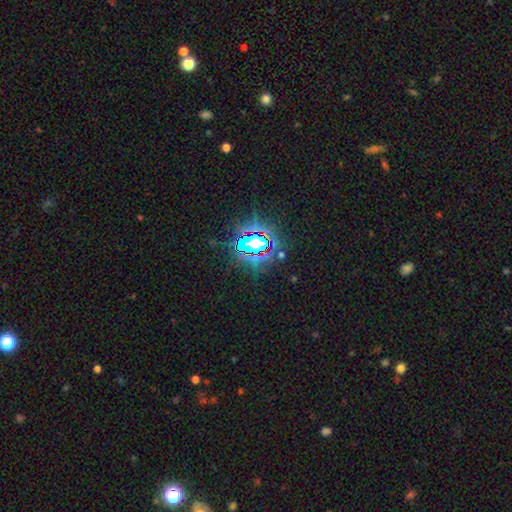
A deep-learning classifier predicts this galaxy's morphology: star or artifact 82%, smooth 11%, featured or disk 8%.